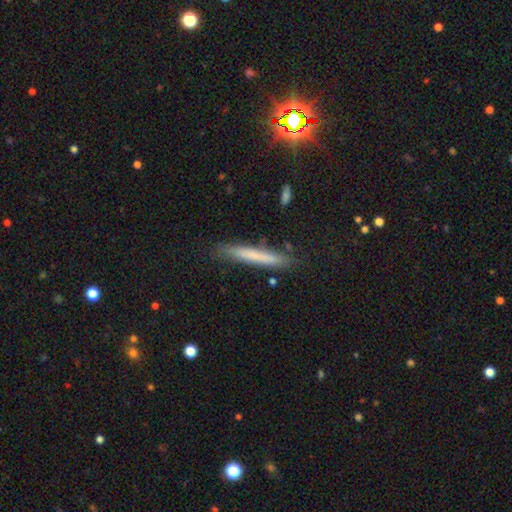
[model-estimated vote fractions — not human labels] Morphology: type=smooth (68%); roundness=cigar-shaped (96%); merging=none (84%).